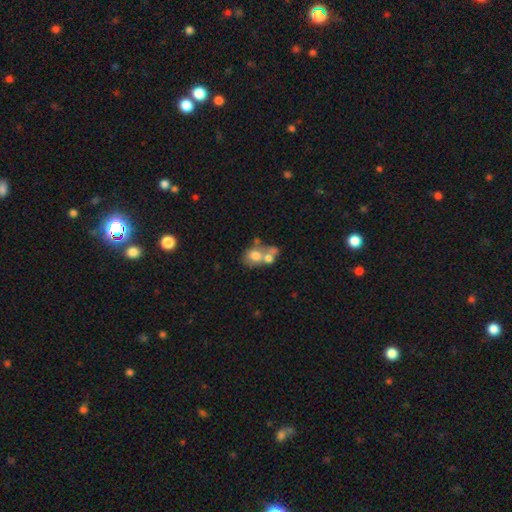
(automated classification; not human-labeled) Morphology: type=smooth (63%); roundness=in between (50%); merging=merger (60%).